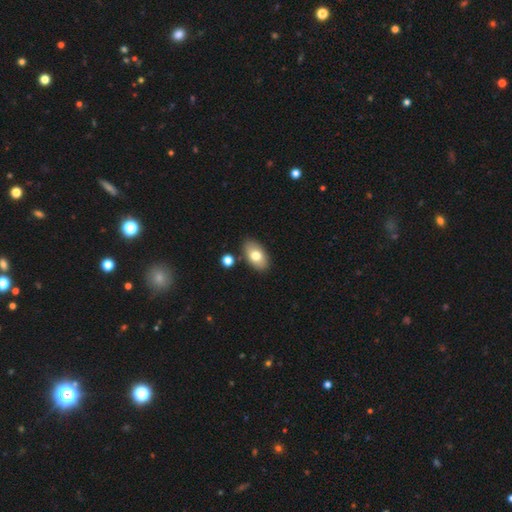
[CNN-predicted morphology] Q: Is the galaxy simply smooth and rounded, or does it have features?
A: smooth — 75%.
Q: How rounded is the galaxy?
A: in between — 93%.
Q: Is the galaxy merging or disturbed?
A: none — 83%.